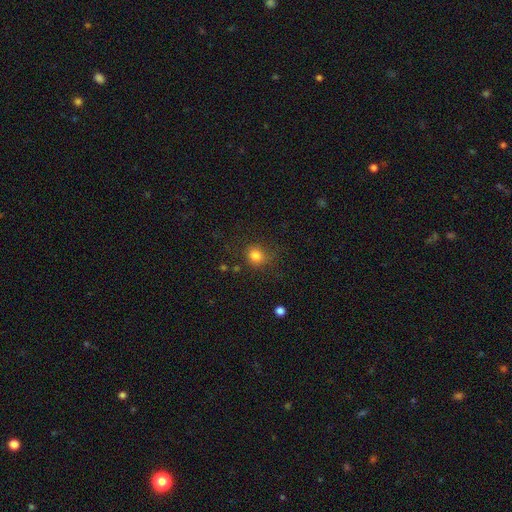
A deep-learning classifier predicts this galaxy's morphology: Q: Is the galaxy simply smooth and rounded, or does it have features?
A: smooth — 82%.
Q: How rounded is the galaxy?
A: round — 78%.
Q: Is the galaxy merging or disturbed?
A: none — 76%.